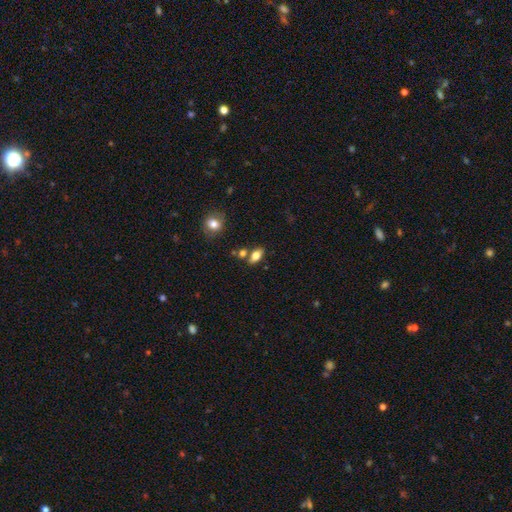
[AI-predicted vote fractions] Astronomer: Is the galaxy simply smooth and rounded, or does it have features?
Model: smooth — 73%.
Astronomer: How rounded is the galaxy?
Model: in between — 84%.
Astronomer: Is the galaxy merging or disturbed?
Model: none — 72%.